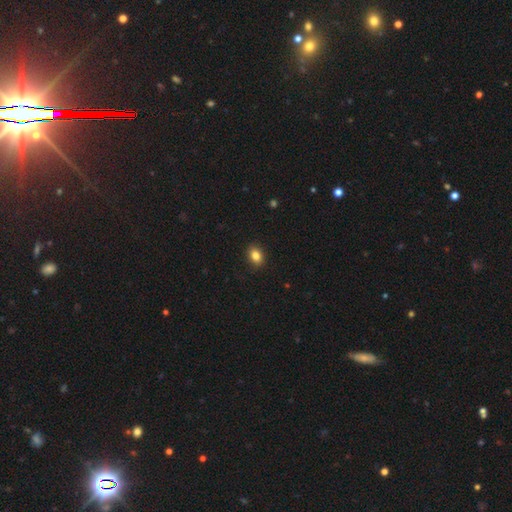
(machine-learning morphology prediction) smooth-or-featured: smooth: 84% | star or artifact: 10% | featured or disk: 6%
  how-rounded: in between: 70% | round: 29% | cigar-shaped: 1%
  merging: none: 90% | minor disturbance: 7% | major disturbance: 2% | merger: 1%